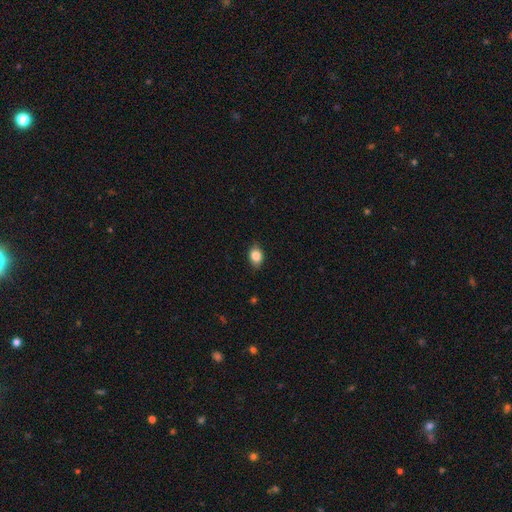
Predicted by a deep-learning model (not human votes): Overall: smooth (85%). How rounded: in between (76%). Merging: none (85%).